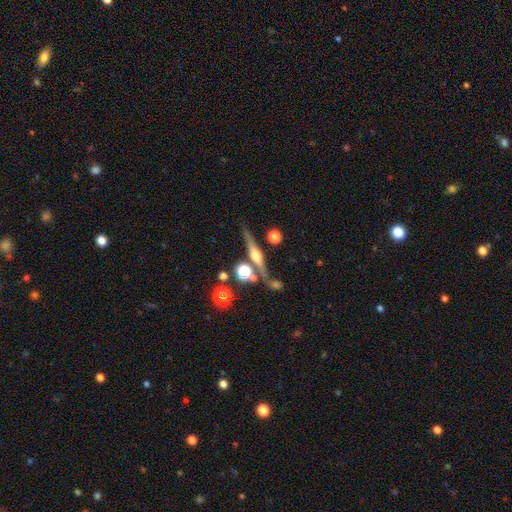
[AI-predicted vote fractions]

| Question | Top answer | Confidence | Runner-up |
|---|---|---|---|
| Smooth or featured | featured or disk | 77% | smooth (15%) |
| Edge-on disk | yes | 96% | no (4%) |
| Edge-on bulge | rounded | 91% | boxy (6%) |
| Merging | none | 75% | minor disturbance (12%) |